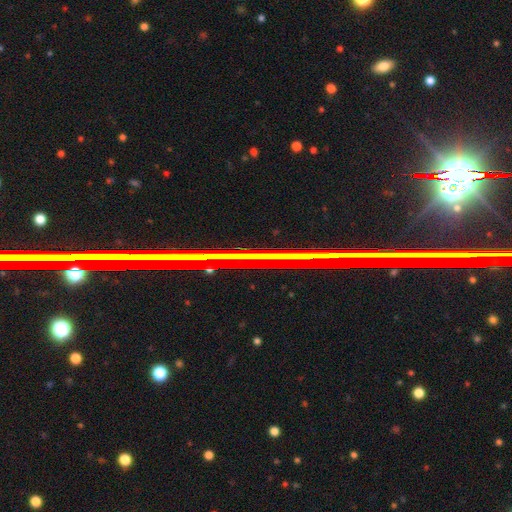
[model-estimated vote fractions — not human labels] Smooth or featured?
  - star or artifact: 76% *
  - featured or disk: 16%
  - smooth: 8%